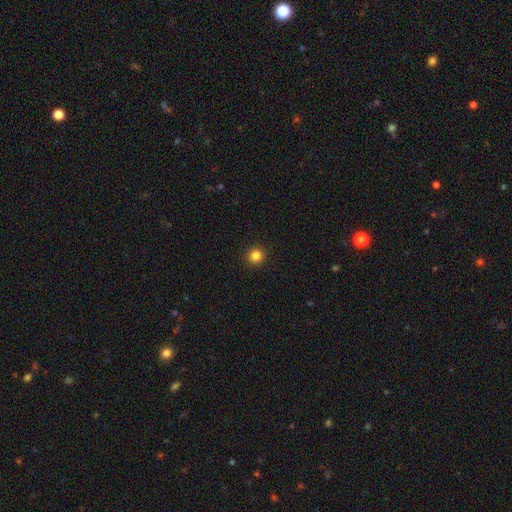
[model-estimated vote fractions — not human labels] smooth 84%, star or artifact 13%, featured or disk 4%. Down the decision tree: how rounded — round (95%); merging — none (93%).